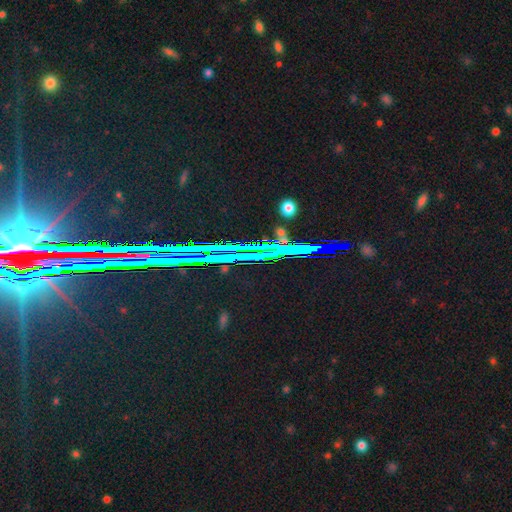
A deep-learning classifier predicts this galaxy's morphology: Q: Smooth or featured?
A: star or artifact (78%); runner-up: featured or disk (12%)